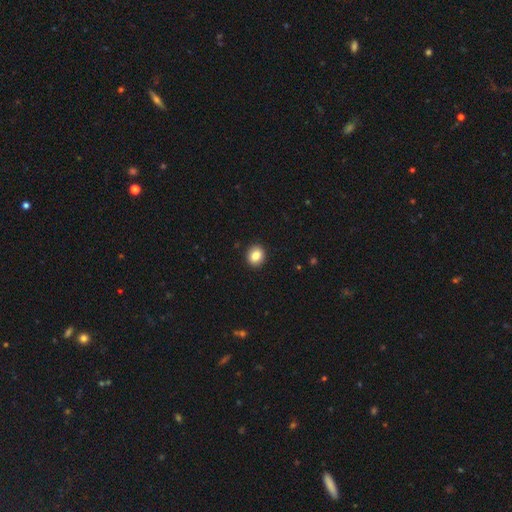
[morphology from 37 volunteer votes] This appears to be a smooth galaxy with no disk features (95%) that is round (77%). Merging: none (94%).